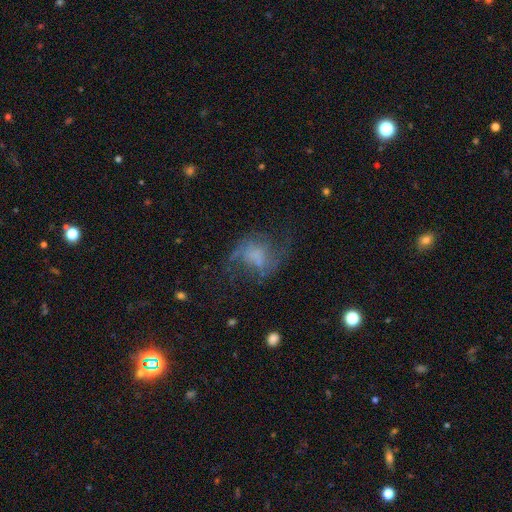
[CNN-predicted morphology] type=featured or disk (62%); edge-on=no (97%); bar=no (65%); spiral arms=yes (80%); bulge=none (49%); merging=none (51%).